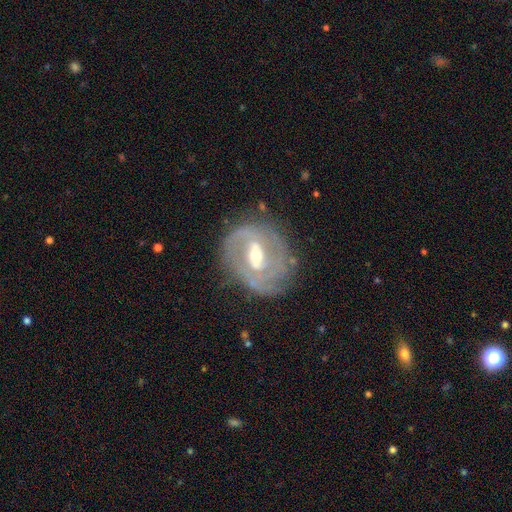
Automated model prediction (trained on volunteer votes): This is clearly a featured or disk galaxy (84%). It is clearly not viewed edge-on (96%). Bar: possibly weak (46%). Spiral arm pattern: clearly yes (89%). Spiral arm count: possibly 2 (48%). Spiral winding: possibly tight (56%). Central bulge: likely moderate (62%). Merging: likely none (72%).